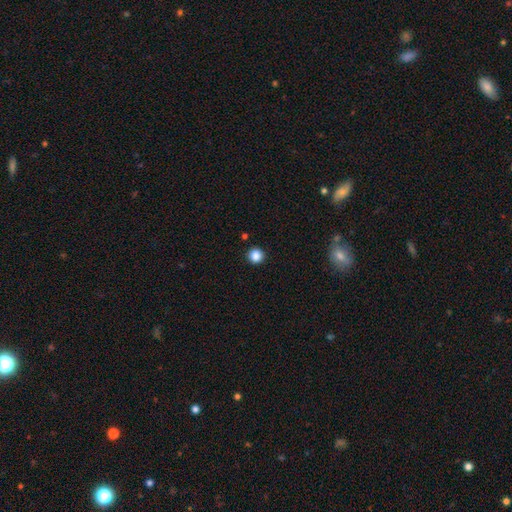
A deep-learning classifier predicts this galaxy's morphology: This is clearly a smooth galaxy (85%). How rounded: clearly round (95%). Merging: clearly none (92%).